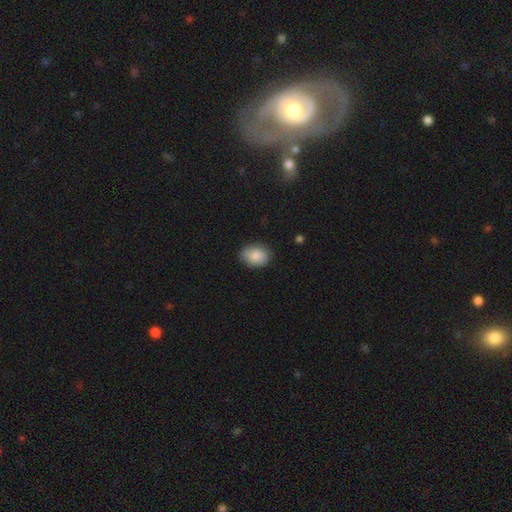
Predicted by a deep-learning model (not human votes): smooth 86%, featured or disk 7%, star or artifact 7%. Down the decision tree: how rounded — in between (64%); merging — none (79%).